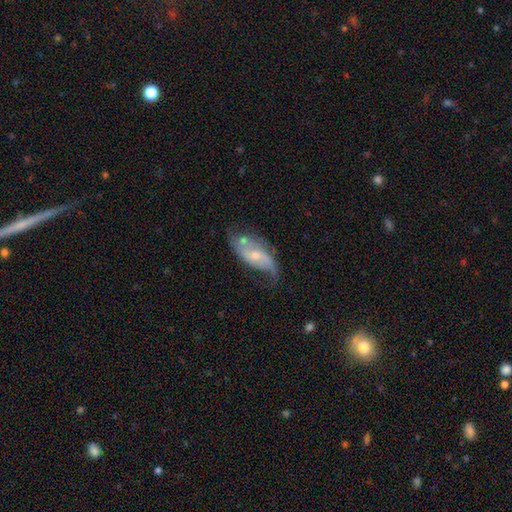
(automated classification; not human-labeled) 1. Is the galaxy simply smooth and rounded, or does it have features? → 74% featured or disk, 19% smooth, 6% star or artifact.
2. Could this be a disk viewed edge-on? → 93% no, 7% yes.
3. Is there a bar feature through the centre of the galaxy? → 53% no, 35% weak, 12% strong.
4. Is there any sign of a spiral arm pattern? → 88% yes, 12% no.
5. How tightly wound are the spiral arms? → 62% loose, 28% medium, 10% tight.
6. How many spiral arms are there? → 79% 2, 10% 1, 8% can't tell, 2% 3, 1% 4, 1% more than 4.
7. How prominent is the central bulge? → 54% small, 40% moderate, 2% none, 2% large, 1% dominant.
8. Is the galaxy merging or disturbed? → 48% none, 27% minor disturbance, 16% major disturbance, 8% merger.